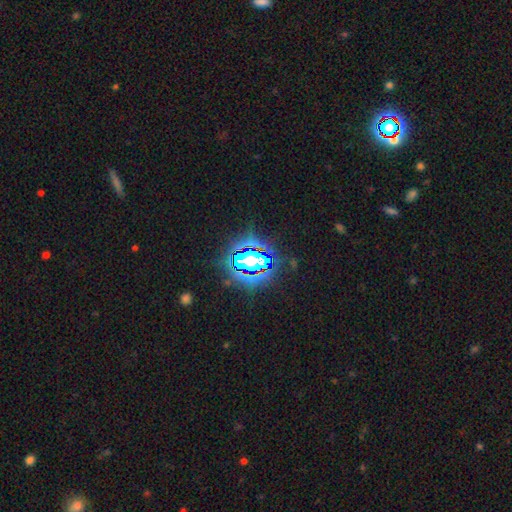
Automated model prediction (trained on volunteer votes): Smooth or featured: star or artifact — 80% (smooth — 12%)